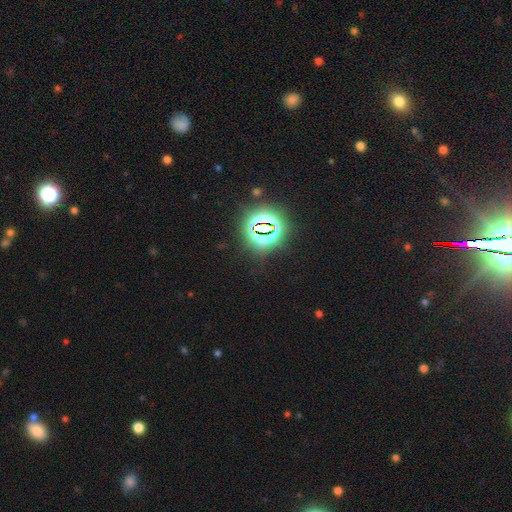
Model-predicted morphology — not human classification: type=star or artifact (83%).